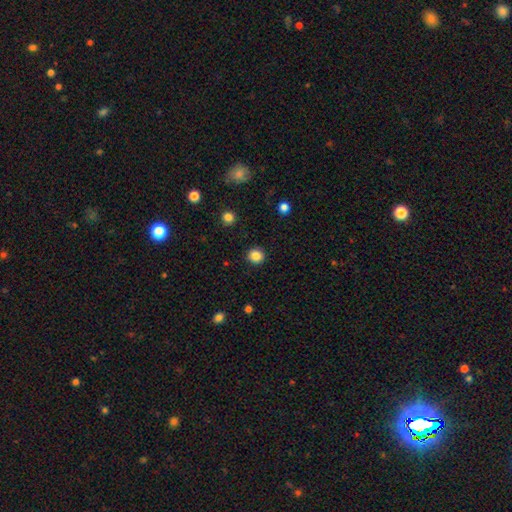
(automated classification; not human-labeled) Morphology: type=smooth (85%); roundness=round (92%); merging=none (92%).